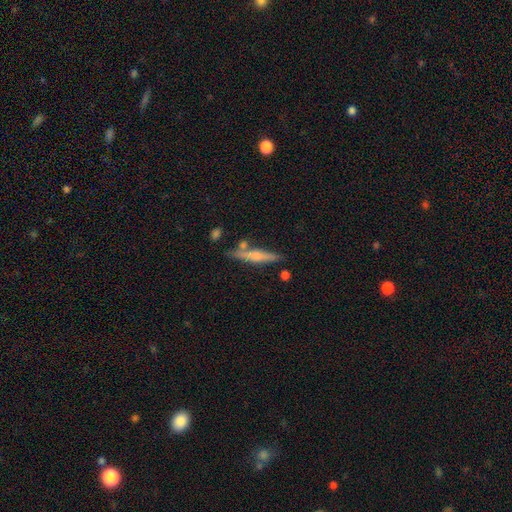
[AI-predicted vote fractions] This appears to be a featured or disk galaxy (48%). Merging: none (76%).